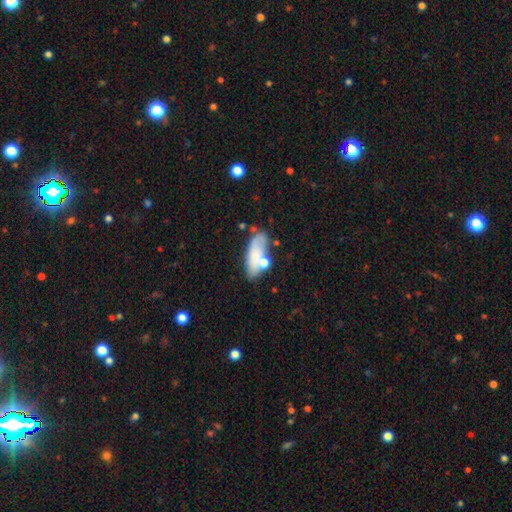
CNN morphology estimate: type=smooth (69%); roundness=in between (74%); merging=none (54%).